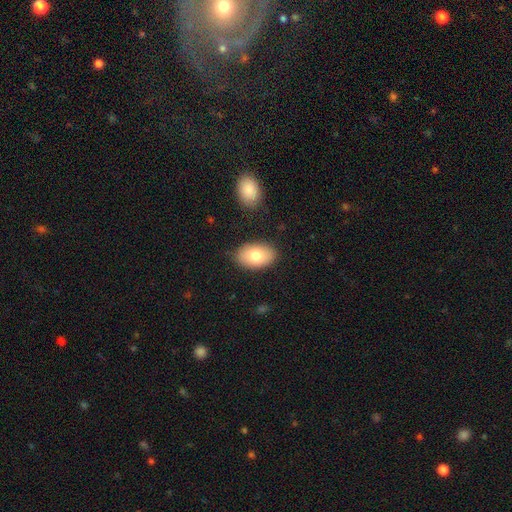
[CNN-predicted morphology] This appears to be a smooth galaxy with no disk features (78%) that is in between round and cigar-shaped (91%). Merging: none (84%).